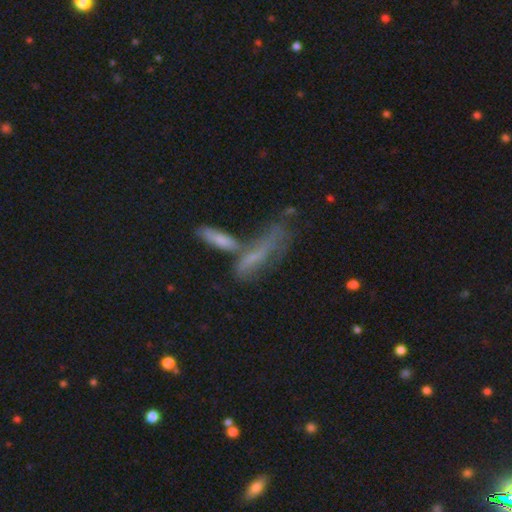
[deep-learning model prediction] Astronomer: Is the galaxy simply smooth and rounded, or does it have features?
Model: smooth — 44% (runner-up: featured or disk, 41%).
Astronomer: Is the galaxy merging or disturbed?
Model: merger — 43% (runner-up: none, 29%).